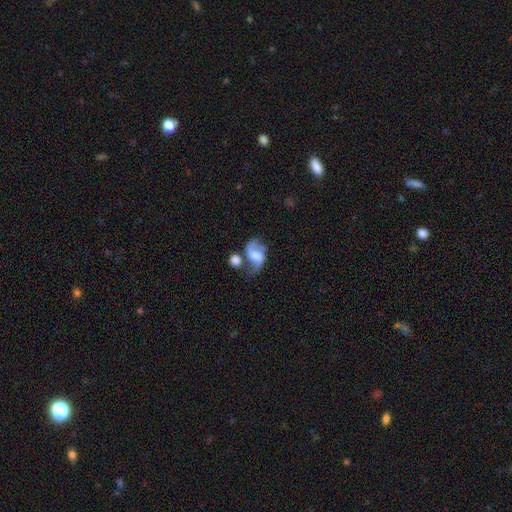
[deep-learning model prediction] This is likely a featured or disk galaxy (70%). It is clearly not viewed edge-on (97%). Bar: possibly no (53%). Spiral arm pattern: clearly yes (88%). Spiral arm count: clearly 2 (86%). Spiral winding: possibly loose (58%). Central bulge: possibly moderate (49%). Merging: marginally none (35%).